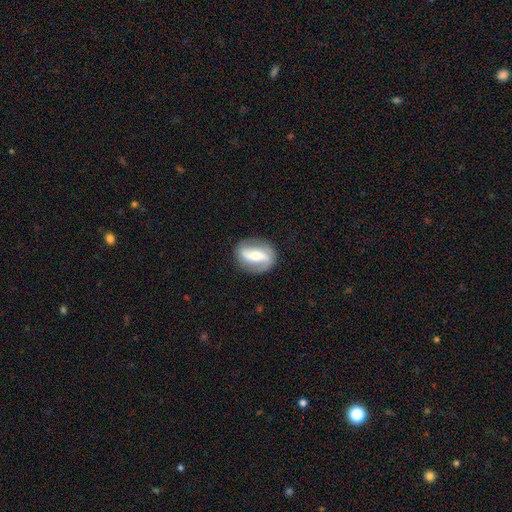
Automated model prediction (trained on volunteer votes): Q: Smooth or featured?
A: featured or disk (71%); runner-up: smooth (23%)
Q: Edge-on disk?
A: no (91%); runner-up: yes (9%)
Q: Bar?
A: strong (59%); runner-up: weak (23%)
Q: Spiral arms?
A: yes (76%); runner-up: no (24%)
Q: Bulge size?
A: moderate (57%); runner-up: small (32%)
Q: Merging?
A: none (83%); runner-up: minor disturbance (12%)